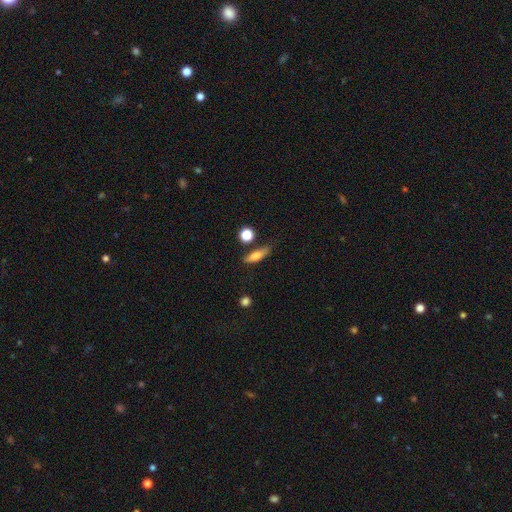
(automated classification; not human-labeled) Smooth or featured?
  - smooth: 68% *
  - featured or disk: 24%
  - star or artifact: 8%
How rounded?
  - cigar-shaped: 55% *
  - in between: 39%
  - round: 6%
Merging?
  - none: 68% *
  - minor disturbance: 20%
  - merger: 6%
  - major disturbance: 6%